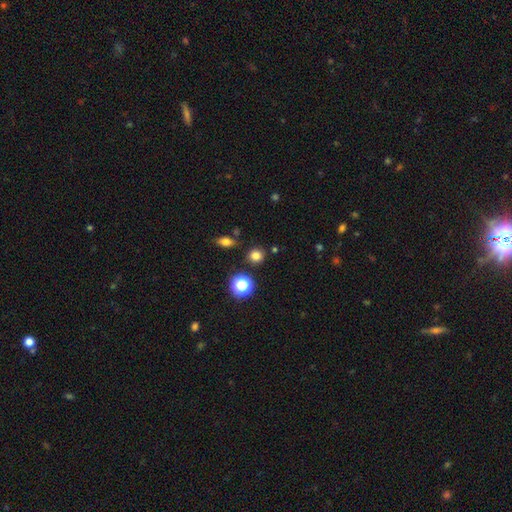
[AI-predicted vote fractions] Q: Smooth or featured?
A: smooth (78%); runner-up: star or artifact (17%)
Q: How rounded?
A: round (89%); runner-up: in between (10%)
Q: Merging?
A: none (86%); runner-up: minor disturbance (8%)